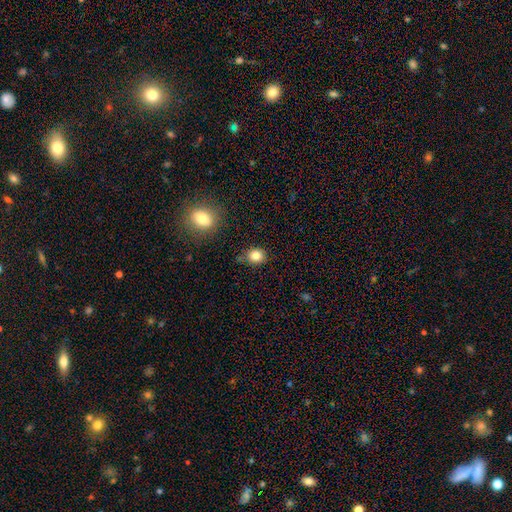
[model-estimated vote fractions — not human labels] Overall: smooth (82%). How rounded: round (68%; in between 31%). Merging: none (77%).